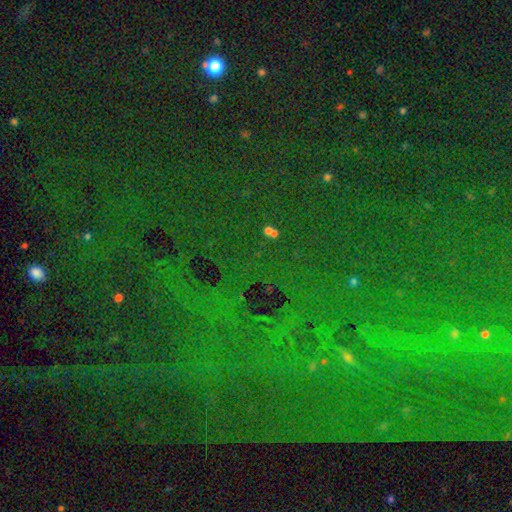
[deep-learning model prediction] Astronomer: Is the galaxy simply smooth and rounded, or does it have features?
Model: star or artifact — 83%.